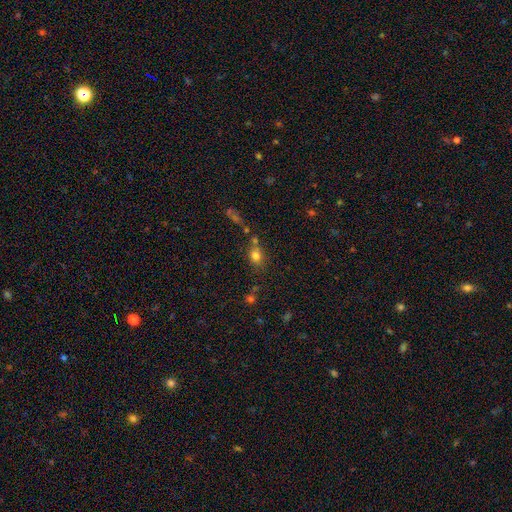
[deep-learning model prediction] Morphology: type=smooth (77%); roundness=round (62%); merging=none (62%).